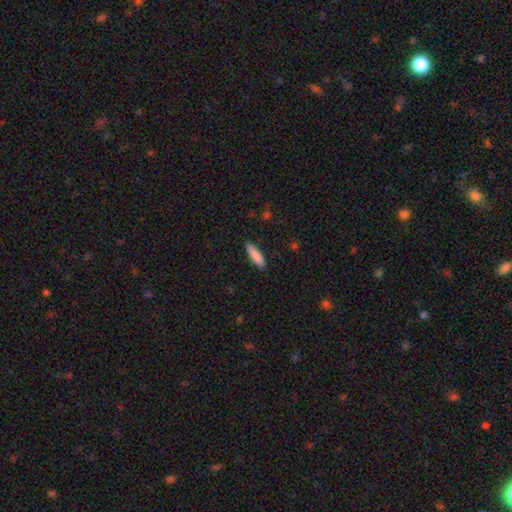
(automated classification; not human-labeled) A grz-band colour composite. It shows a smooth galaxy with no disk features (86%) that is cigar-shaped (67%). Merging: none (88%).